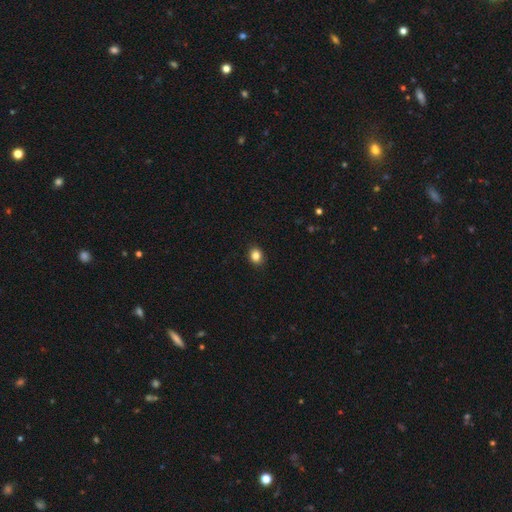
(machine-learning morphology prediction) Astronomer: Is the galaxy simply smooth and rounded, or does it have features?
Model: smooth — 85%.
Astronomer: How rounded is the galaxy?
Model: round — 53% (runner-up: in between, 46%).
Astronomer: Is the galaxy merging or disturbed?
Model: none — 90%.